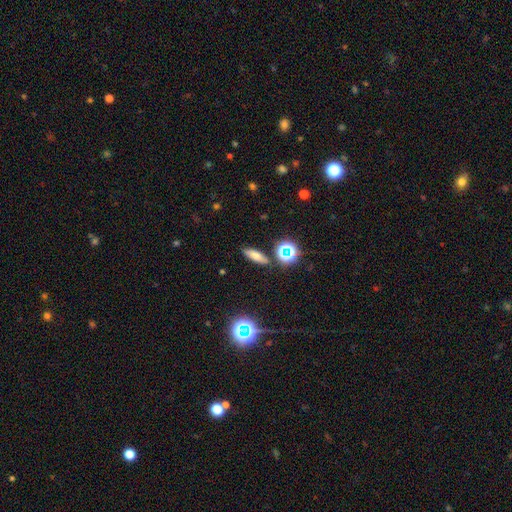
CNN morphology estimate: smooth_or_featured: smooth (p=0.66) [alt: star or artifact p=0.18]
how_rounded: cigar-shaped (p=0.47) [alt: in between p=0.44]
merging: none (p=0.84) [alt: minor disturbance p=0.09]